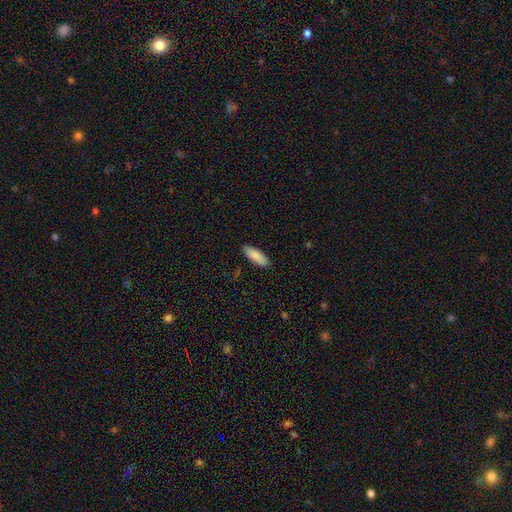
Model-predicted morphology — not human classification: Smooth or featured?
  - smooth: 87% *
  - featured or disk: 7%
  - star or artifact: 6%
How rounded?
  - in between: 67% *
  - cigar-shaped: 32%
  - round: 2%
Merging?
  - none: 88% *
  - minor disturbance: 9%
  - major disturbance: 2%
  - merger: 1%